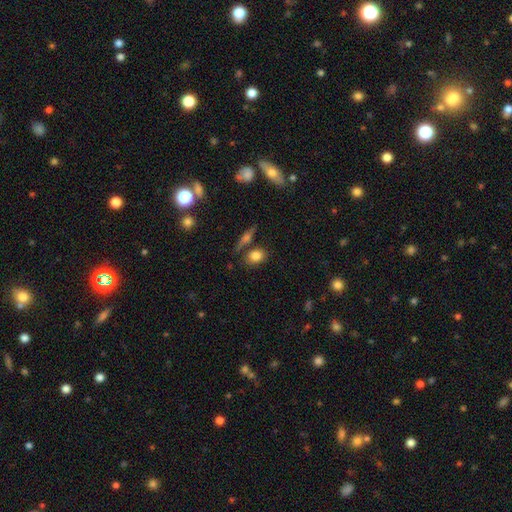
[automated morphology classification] This is clearly a smooth galaxy (81%). How rounded: likely in between (62%). Merging: likely none (69%).